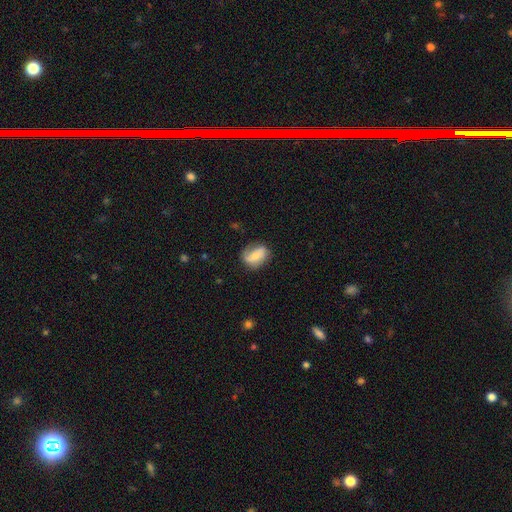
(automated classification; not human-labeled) Q: Smooth or featured?
A: smooth (51%); runner-up: featured or disk (41%)
Q: How rounded?
A: in between (70%); runner-up: round (29%)
Q: Merging?
A: none (64%); runner-up: minor disturbance (25%)